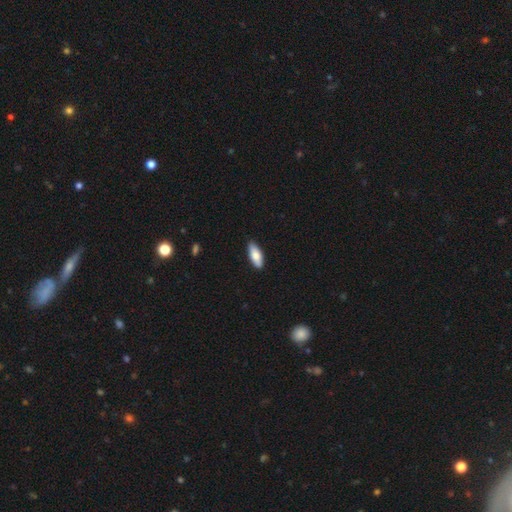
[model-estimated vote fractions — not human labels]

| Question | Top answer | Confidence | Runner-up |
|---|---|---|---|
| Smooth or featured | smooth | 78% | featured or disk (16%) |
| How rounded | in between | 77% | cigar-shaped (21%) |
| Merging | none | 88% | minor disturbance (9%) |